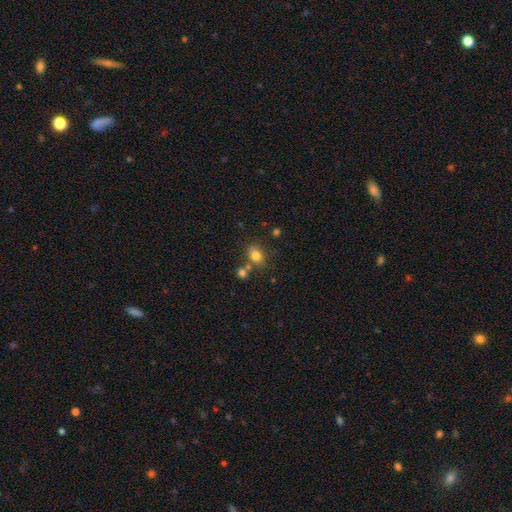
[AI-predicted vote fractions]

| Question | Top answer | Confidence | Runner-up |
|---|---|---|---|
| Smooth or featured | smooth | 78% | star or artifact (12%) |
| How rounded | in between | 63% | round (36%) |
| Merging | none | 61% | merger (20%) |